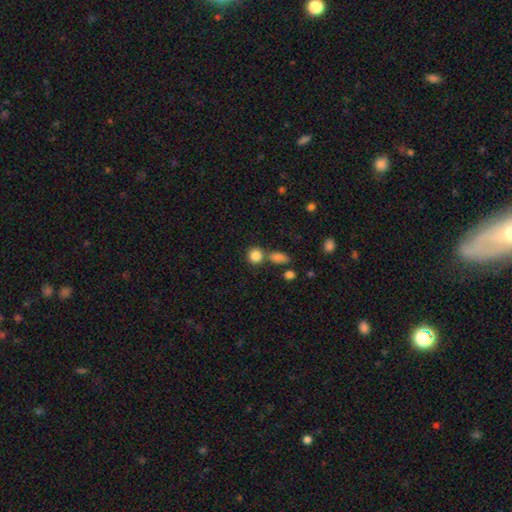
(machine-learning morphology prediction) The model was most divided on "merging": none: 62%, merger: 25%, minor disturbance: 9%, major disturbance: 4%. More confident: smooth or featured — smooth (85%); how rounded — round (84%).